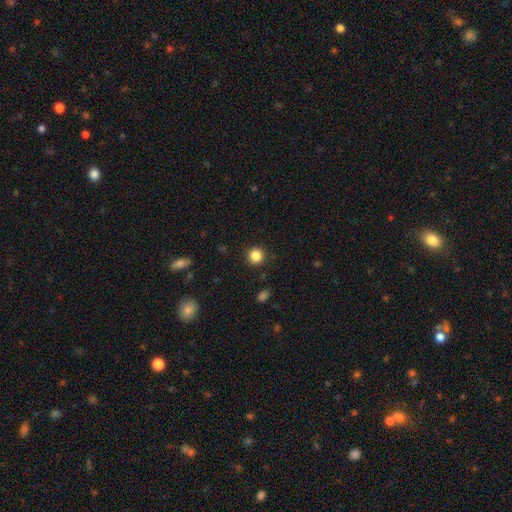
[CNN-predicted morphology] Smooth or featured? Predicted: smooth (p=0.85). How rounded? Predicted: round (p=0.93). Merging? Predicted: none (p=0.90).